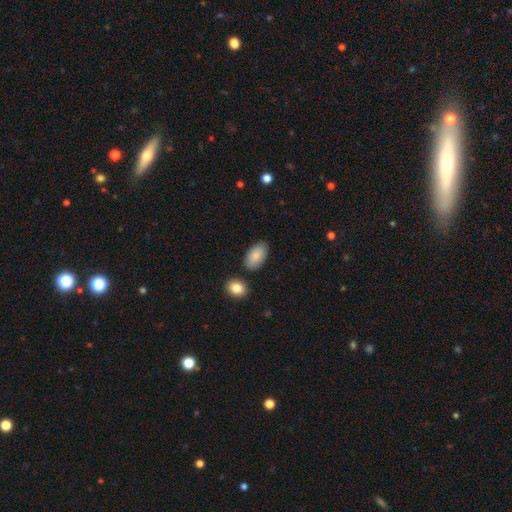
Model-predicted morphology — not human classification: Smooth or featured?
  - smooth: 87% *
  - featured or disk: 7%
  - star or artifact: 6%
How rounded?
  - in between: 94% *
  - round: 4%
  - cigar-shaped: 2%
Merging?
  - none: 82% *
  - minor disturbance: 11%
  - merger: 4%
  - major disturbance: 2%